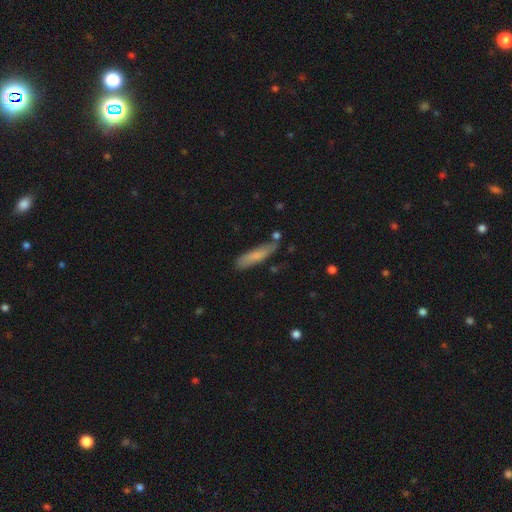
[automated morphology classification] Smooth or featured? Predicted: smooth (p=0.76). How rounded? Predicted: cigar-shaped (p=0.80). Merging? Predicted: none (p=0.73).